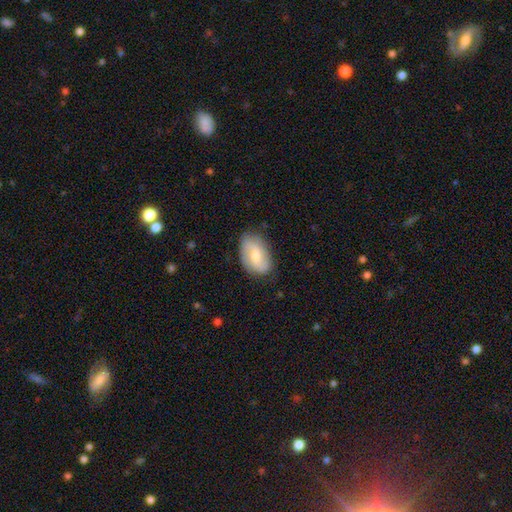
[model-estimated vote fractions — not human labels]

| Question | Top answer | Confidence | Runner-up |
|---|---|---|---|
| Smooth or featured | smooth | 54% | featured or disk (40%) |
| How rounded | in between | 90% | round (8%) |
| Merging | none | 75% | minor disturbance (19%) |